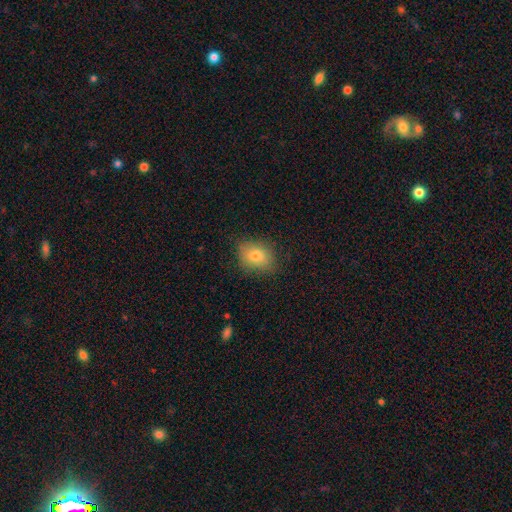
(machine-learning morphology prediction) Smooth or featured?
  - smooth: 78% *
  - featured or disk: 12%
  - star or artifact: 10%
How rounded?
  - in between: 61% *
  - round: 38%
  - cigar-shaped: 1%
Merging?
  - none: 80% *
  - minor disturbance: 15%
  - major disturbance: 4%
  - merger: 1%